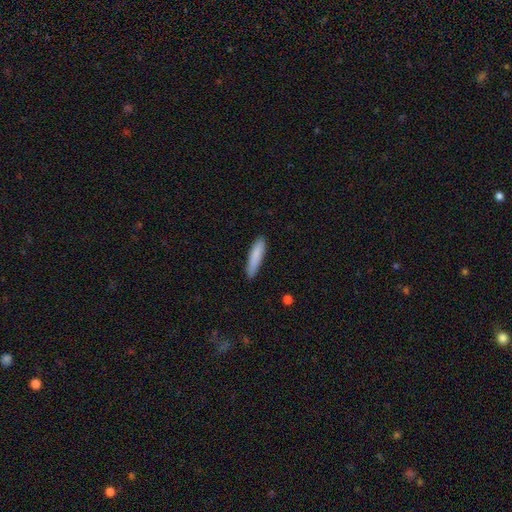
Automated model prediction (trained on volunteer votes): This is clearly a smooth galaxy (85%). How rounded: clearly cigar-shaped (81%). Merging: clearly none (83%).